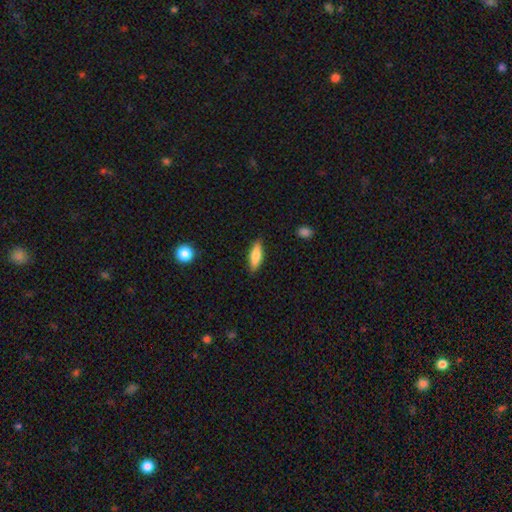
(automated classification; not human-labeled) Smooth or featured: smooth — 79% (featured or disk — 15%)
How rounded: in between — 52% (cigar-shaped — 46%)
Merging: none — 85% (minor disturbance — 11%)